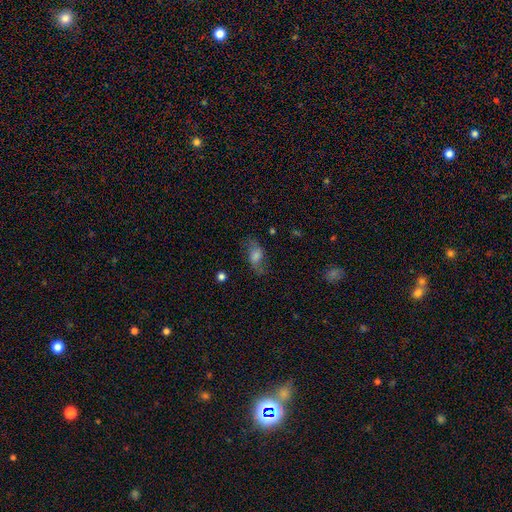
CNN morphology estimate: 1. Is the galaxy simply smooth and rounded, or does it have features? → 61% smooth, 28% featured or disk, 11% star or artifact.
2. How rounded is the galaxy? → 84% in between, 10% round, 7% cigar-shaped.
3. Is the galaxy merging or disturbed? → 60% none, 23% minor disturbance, 14% major disturbance, 2% merger.